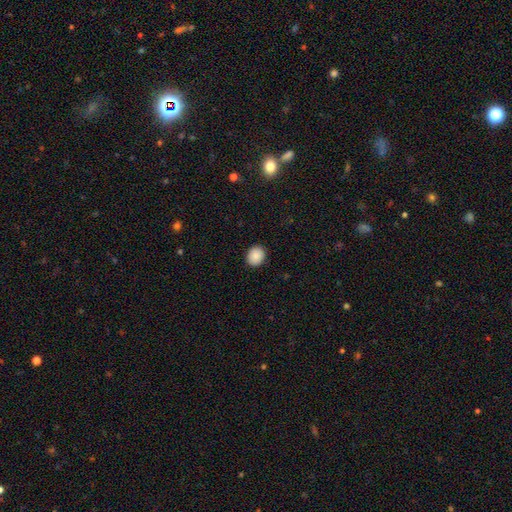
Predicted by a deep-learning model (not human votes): smooth_or_featured: smooth (p=0.89) [alt: star or artifact p=0.08]
how_rounded: round (p=0.71) [alt: in between p=0.28]
merging: none (p=0.91) [alt: minor disturbance p=0.06]